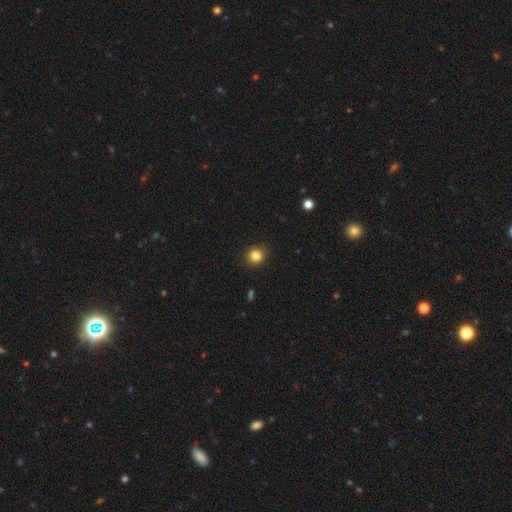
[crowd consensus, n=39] smooth-or-featured: smooth: 90% | star or artifact: 8% | featured or disk: 3%
  how-rounded: round: 94% | in between: 6% | cigar-shaped: 0%
  merging: none: 100% | minor disturbance: 0% | major disturbance: 0% | merger: 0%